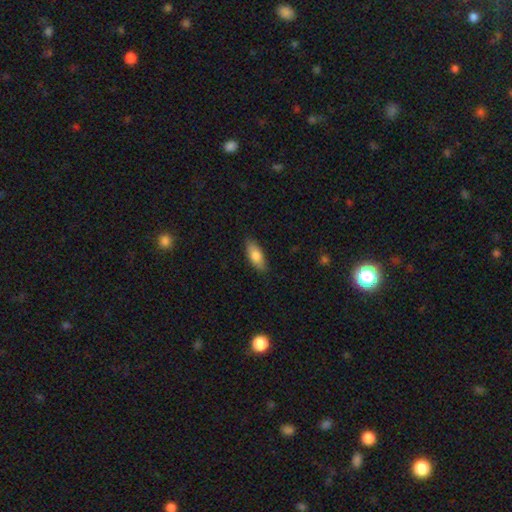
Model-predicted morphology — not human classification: smooth_or_featured: smooth (p=0.78) [alt: featured or disk p=0.16]
how_rounded: in between (p=0.78) [alt: cigar-shaped p=0.20]
merging: none (p=0.85) [alt: minor disturbance p=0.12]